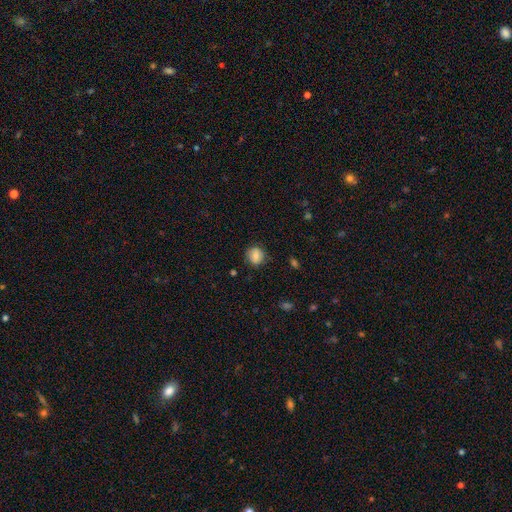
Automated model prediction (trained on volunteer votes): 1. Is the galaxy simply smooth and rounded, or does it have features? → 80% smooth, 11% featured or disk, 9% star or artifact.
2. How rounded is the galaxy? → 83% round, 16% in between, 1% cigar-shaped.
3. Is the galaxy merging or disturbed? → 81% none, 14% minor disturbance, 3% major disturbance, 1% merger.